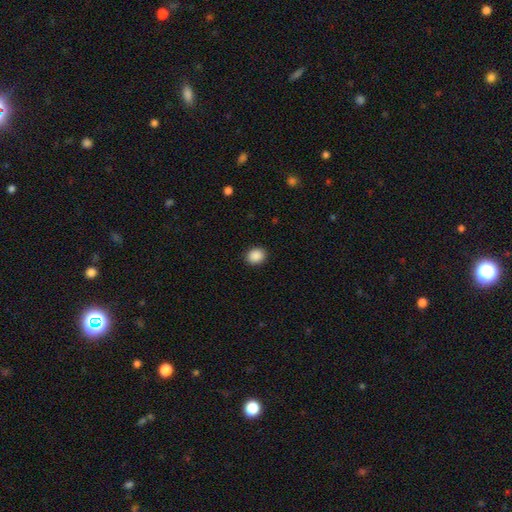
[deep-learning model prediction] smooth-or-featured: smooth: 89% | star or artifact: 8% | featured or disk: 2%
  how-rounded: round: 58% | in between: 41% | cigar-shaped: 1%
  merging: none: 90% | minor disturbance: 7% | major disturbance: 2% | merger: 1%